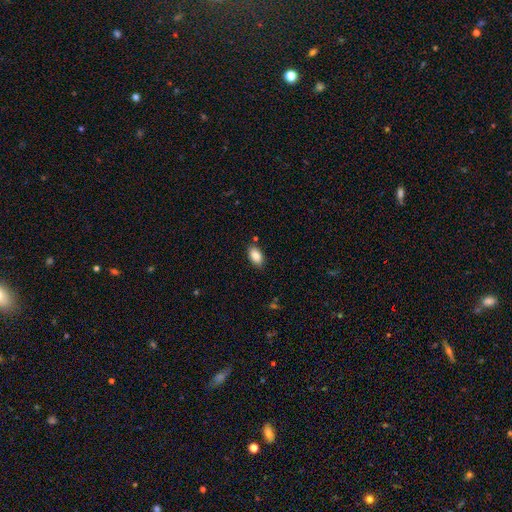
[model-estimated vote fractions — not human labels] The model was most divided on "merging": none: 85%, minor disturbance: 11%, major disturbance: 2%, merger: 2%. More confident: how rounded — in between (93%); smooth or featured — smooth (87%).